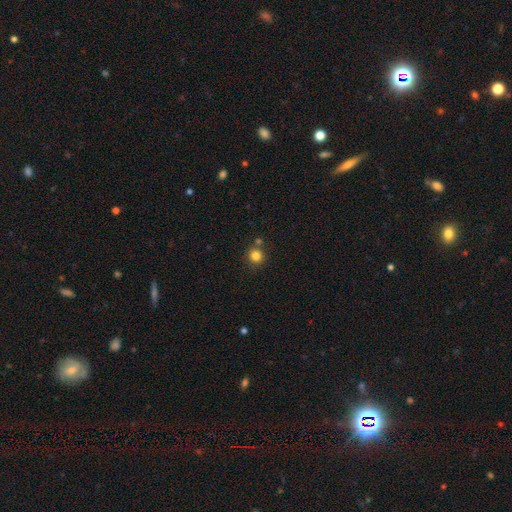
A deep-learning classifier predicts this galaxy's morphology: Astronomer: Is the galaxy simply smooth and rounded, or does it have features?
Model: smooth — 82%.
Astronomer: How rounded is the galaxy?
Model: round — 91%.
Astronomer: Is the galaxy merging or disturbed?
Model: none — 77%.